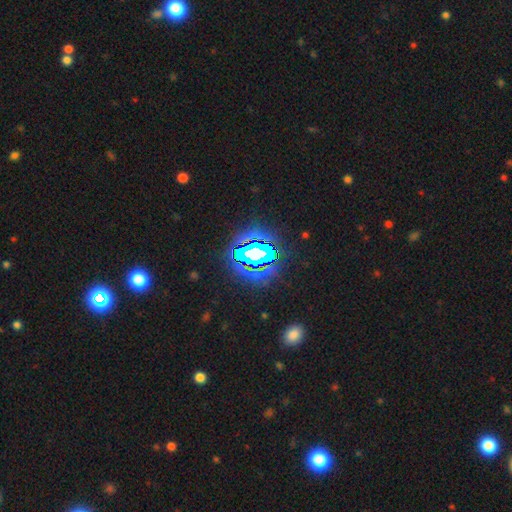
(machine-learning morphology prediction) Smooth or featured? star or artifact (75%)